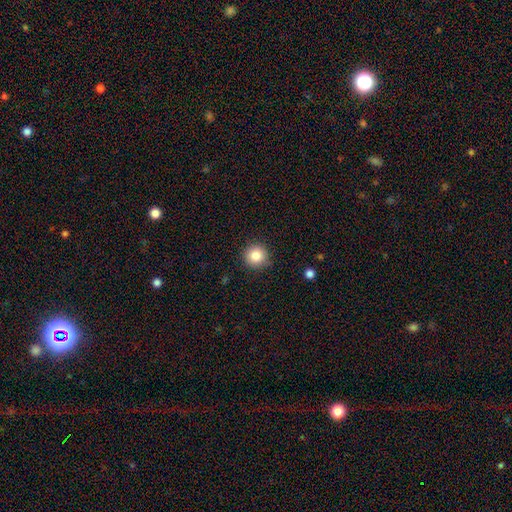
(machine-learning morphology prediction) Smooth or featured?
  - smooth: 85% *
  - star or artifact: 10%
  - featured or disk: 5%
How rounded?
  - round: 94% *
  - in between: 5%
  - cigar-shaped: 1%
Merging?
  - none: 89% *
  - minor disturbance: 8%
  - major disturbance: 2%
  - merger: 1%